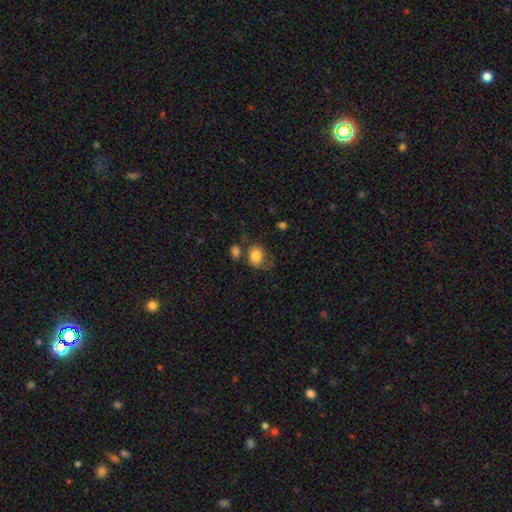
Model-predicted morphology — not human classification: This is clearly a smooth galaxy (82%). How rounded: possibly round (54%). Merging: possibly none (49%).